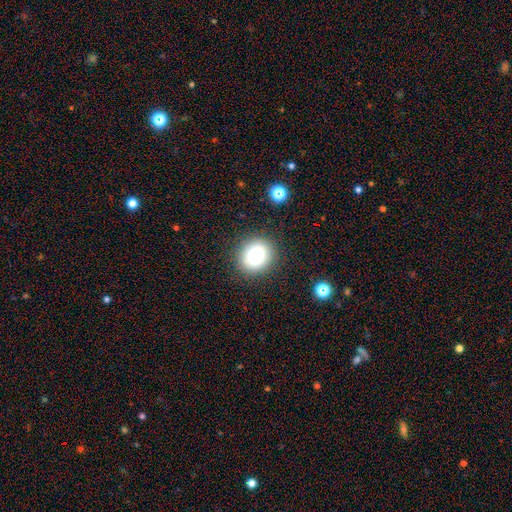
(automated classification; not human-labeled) This appears to be a smooth galaxy with no disk features (81%) that is round (69%). Merging: none (87%).